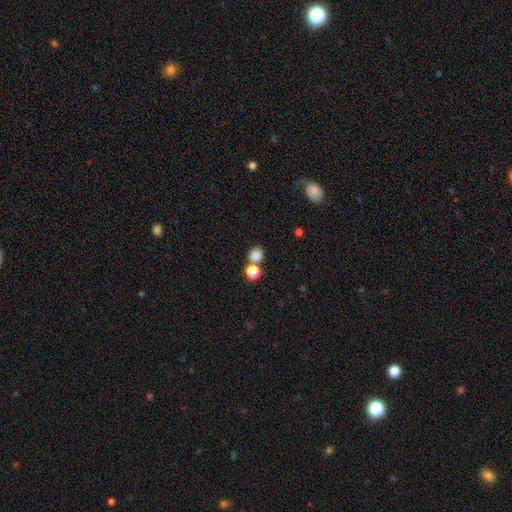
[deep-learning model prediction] The model was most divided on "merging": none: 60%, merger: 29%, minor disturbance: 8%, major disturbance: 3%. More confident: smooth or featured — smooth (82%); how rounded — round (76%).